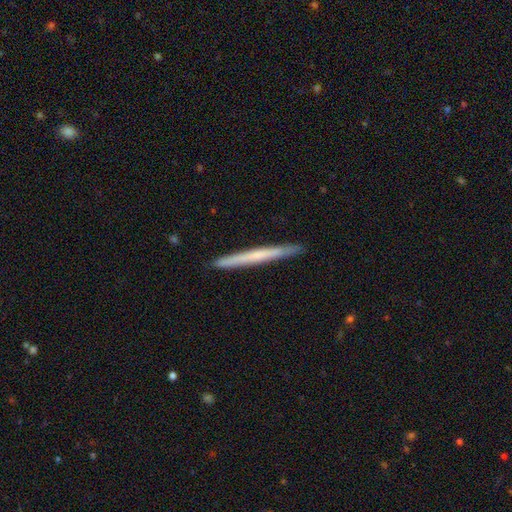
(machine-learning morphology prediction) A smooth galaxy with no disk features (50%).

Vote fractions:
- Smooth or featured? smooth: 50% / featured or disk: 45% / star or artifact: 5%
- Merging? none: 92% / minor disturbance: 6% / major disturbance: 1% / merger: 1%